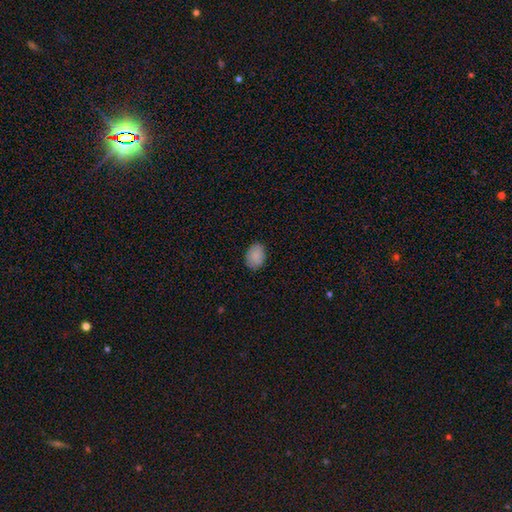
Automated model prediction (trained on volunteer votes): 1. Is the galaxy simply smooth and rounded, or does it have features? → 88% smooth, 8% star or artifact, 4% featured or disk.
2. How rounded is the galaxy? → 66% in between, 33% round, 1% cigar-shaped.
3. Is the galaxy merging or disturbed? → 86% none, 11% minor disturbance, 2% major disturbance, 1% merger.